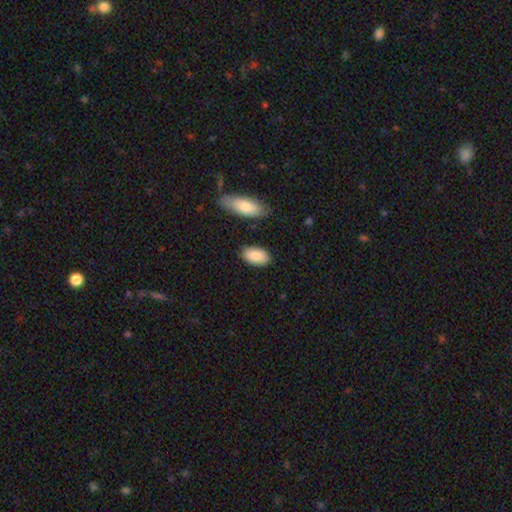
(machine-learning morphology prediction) Smooth or featured? smooth (87%)
How rounded? in between (94%)
Merging? none (82%)